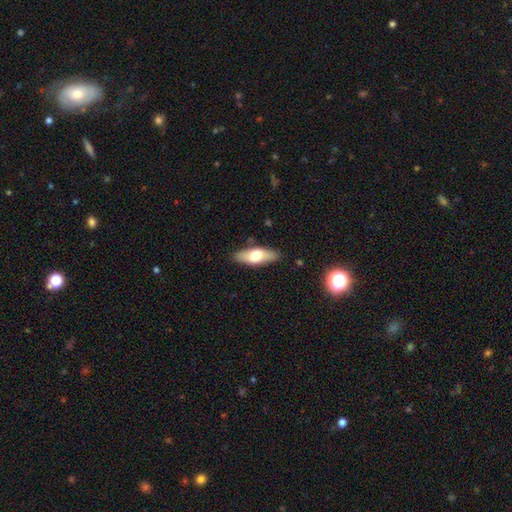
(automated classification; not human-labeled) Q: Smooth or featured?
A: smooth (59%); runner-up: featured or disk (35%)
Q: How rounded?
A: in between (66%); runner-up: cigar-shaped (31%)
Q: Merging?
A: none (85%); runner-up: minor disturbance (11%)